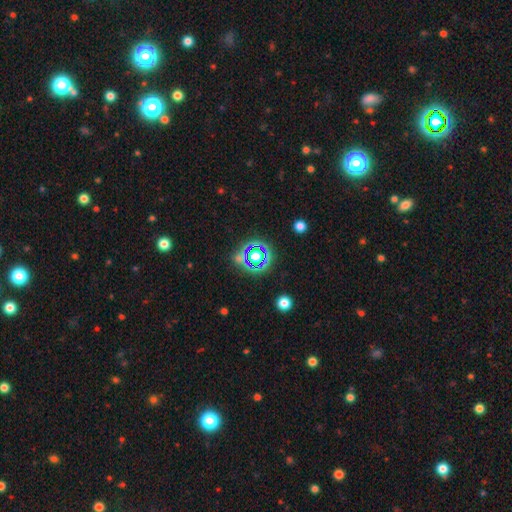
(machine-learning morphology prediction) Smooth or featured?
  - star or artifact: 53% *
  - smooth: 34%
  - featured or disk: 13%